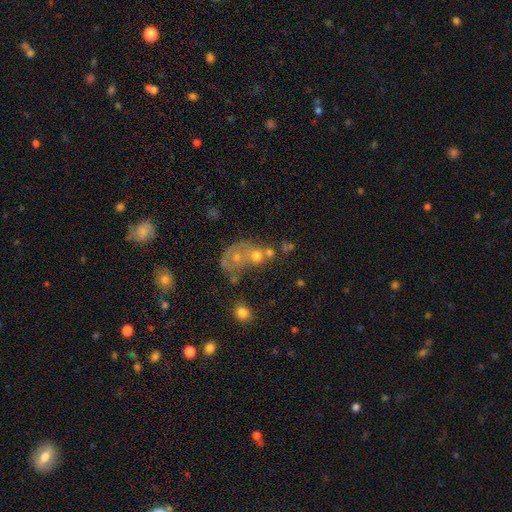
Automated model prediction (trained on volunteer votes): Morphology: type=smooth (43%); merging=merger (52%).